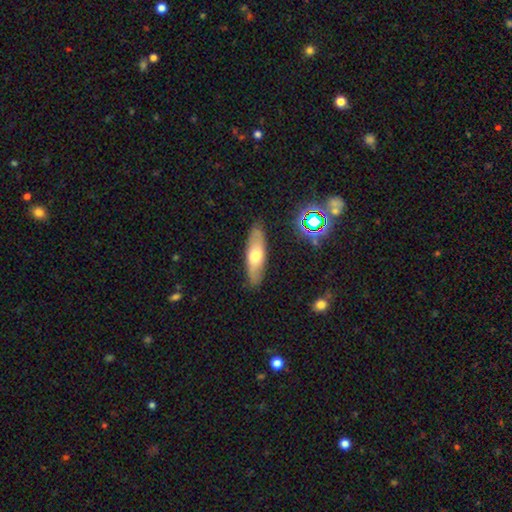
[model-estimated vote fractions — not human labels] Smooth or featured? smooth (56%)
How rounded? cigar-shaped (50%)
Merging? none (86%)